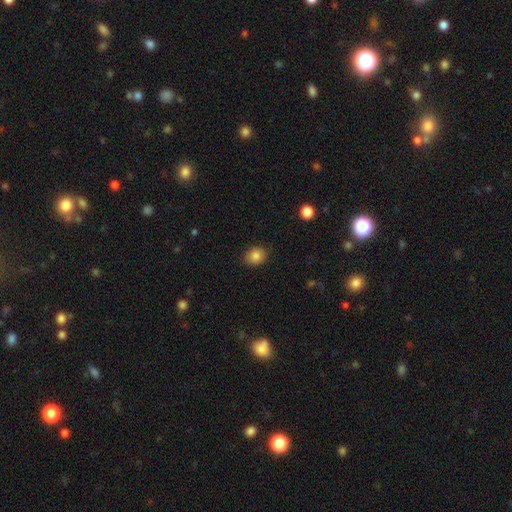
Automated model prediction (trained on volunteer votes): Smooth or featured? smooth (85%)
How rounded? round (55%)
Merging? none (86%)